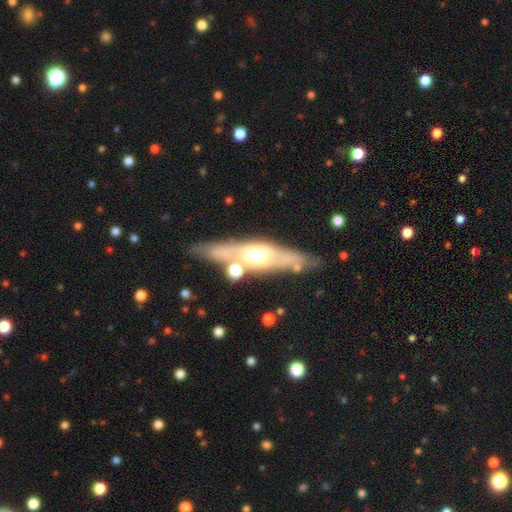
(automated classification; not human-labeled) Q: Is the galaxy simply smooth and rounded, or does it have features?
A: featured or disk — 72%.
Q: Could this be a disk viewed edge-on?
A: yes — 84%.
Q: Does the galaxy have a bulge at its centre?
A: rounded — 81%.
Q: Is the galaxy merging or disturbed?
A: none — 76%.